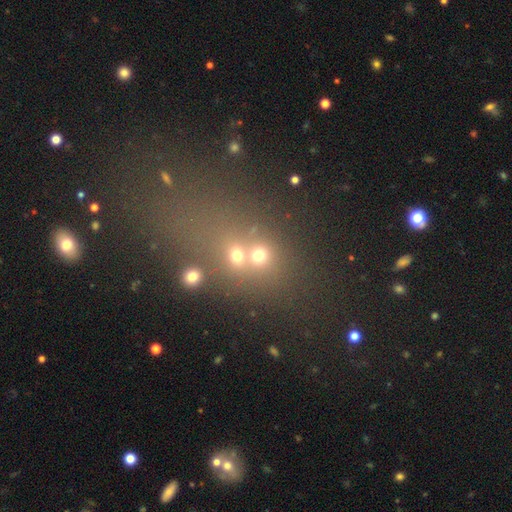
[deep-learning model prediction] A star or artifact, not a galaxy (51%).

Vote fractions:
- Smooth or featured? star or artifact: 51% / smooth: 33% / featured or disk: 16%